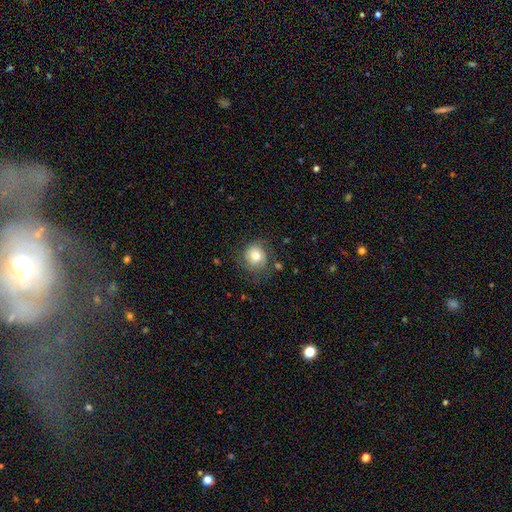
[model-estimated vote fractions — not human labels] A smooth galaxy with no disk features (69%) that is round (84%). Merging: none (68%).